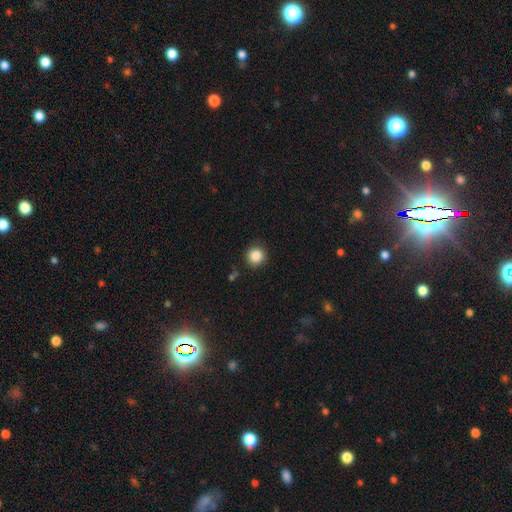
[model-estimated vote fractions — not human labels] smooth_or_featured: smooth (p=0.87) [alt: star or artifact p=0.10]
how_rounded: round (p=0.93) [alt: in between p=0.06]
merging: none (p=0.89) [alt: minor disturbance p=0.07]